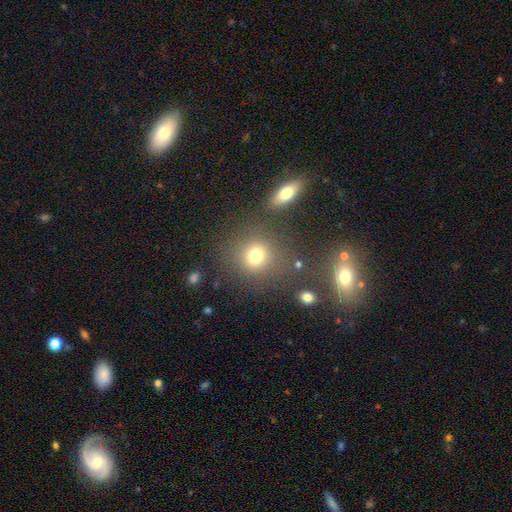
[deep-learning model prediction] This appears to be a smooth galaxy with no disk features (75%) that is round (82%). Merging: none (73%).